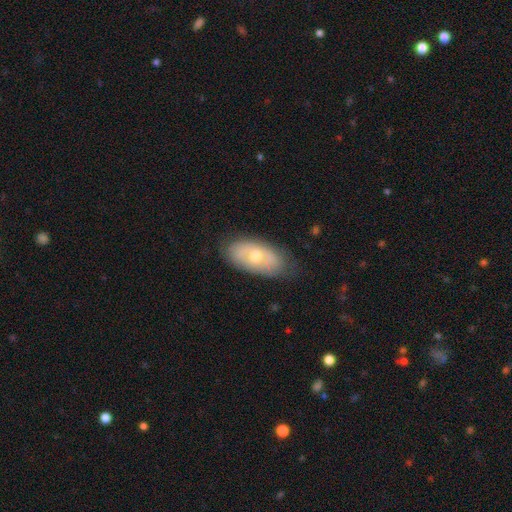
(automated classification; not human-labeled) Smooth or featured? Predicted: smooth (p=0.49). Merging? Predicted: none (p=0.74).